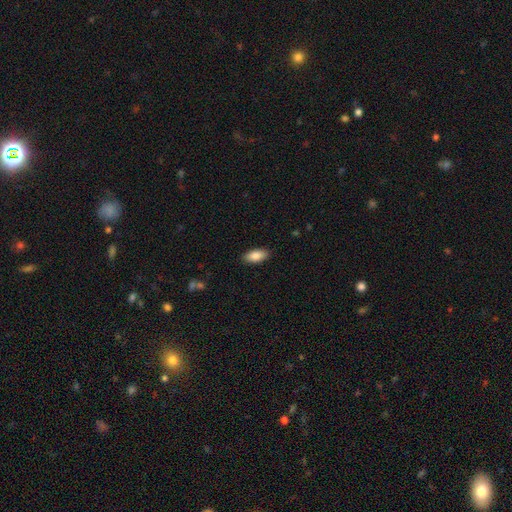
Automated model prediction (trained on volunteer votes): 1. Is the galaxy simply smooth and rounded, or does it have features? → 87% smooth, 7% featured or disk, 6% star or artifact.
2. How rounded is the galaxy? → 88% in between, 10% cigar-shaped, 2% round.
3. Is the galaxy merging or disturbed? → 89% none, 8% minor disturbance, 2% major disturbance, 1% merger.